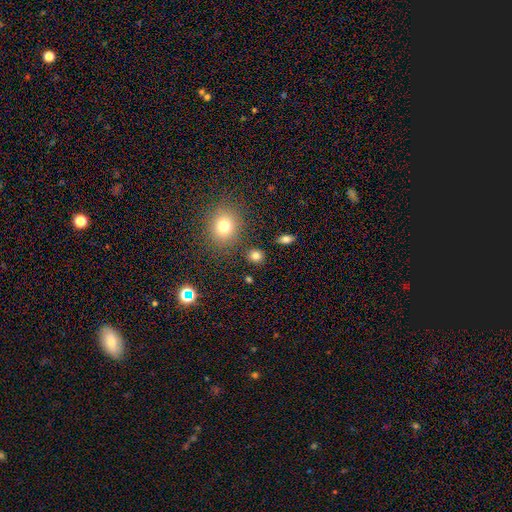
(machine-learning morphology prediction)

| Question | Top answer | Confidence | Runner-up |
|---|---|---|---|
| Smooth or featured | smooth | 80% | star or artifact (15%) |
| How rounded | round | 81% | in between (18%) |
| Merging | none | 86% | minor disturbance (8%) |